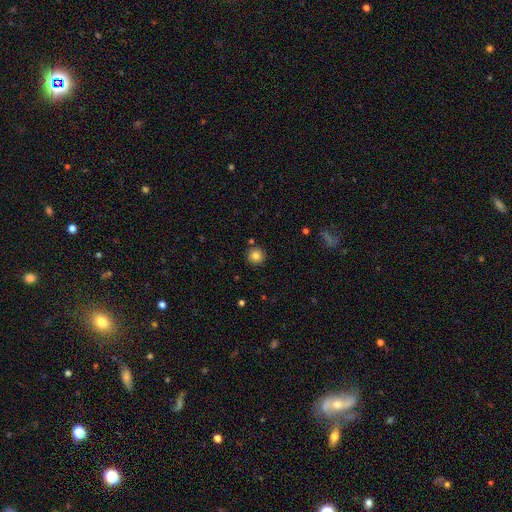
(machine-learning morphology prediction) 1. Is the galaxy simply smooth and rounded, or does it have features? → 82% smooth, 11% star or artifact, 7% featured or disk.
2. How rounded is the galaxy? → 95% round, 4% in between, 1% cigar-shaped.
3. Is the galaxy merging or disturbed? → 87% none, 7% minor disturbance, 4% merger, 2% major disturbance.